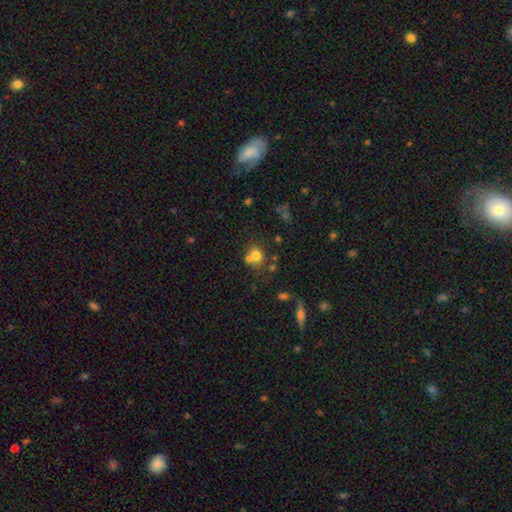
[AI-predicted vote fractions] A smooth galaxy with no disk features (70%) that is round (68%).

Vote fractions:
- Smooth or featured? smooth: 70% / featured or disk: 15% / star or artifact: 15%
- How rounded? round: 68% / in between: 31% / cigar-shaped: 1%
- Merging? none: 45% / merger: 40% / minor disturbance: 11% / major disturbance: 5%